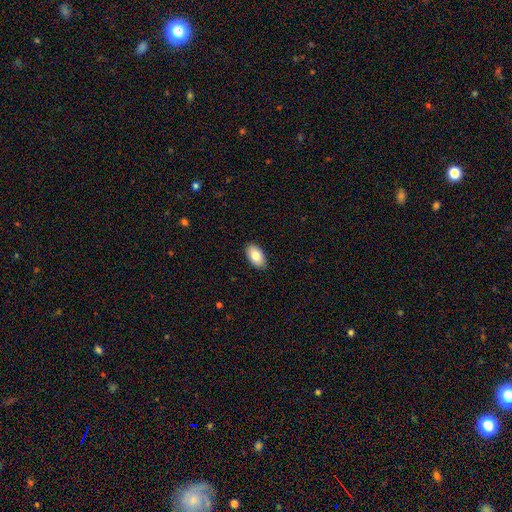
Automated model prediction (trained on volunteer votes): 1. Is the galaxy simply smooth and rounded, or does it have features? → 83% smooth, 11% featured or disk, 7% star or artifact.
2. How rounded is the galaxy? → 95% in between, 4% round, 2% cigar-shaped.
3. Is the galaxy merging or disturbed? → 90% none, 8% minor disturbance, 2% major disturbance, 1% merger.